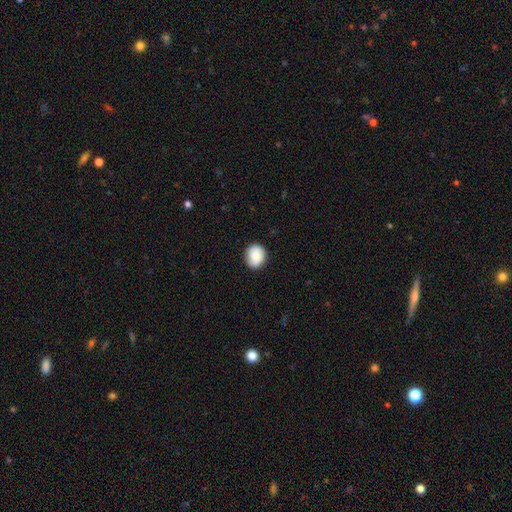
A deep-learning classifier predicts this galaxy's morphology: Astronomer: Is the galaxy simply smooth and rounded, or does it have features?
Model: smooth — 86%.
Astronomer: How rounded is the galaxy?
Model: round — 66%.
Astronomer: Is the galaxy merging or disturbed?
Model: none — 87%.